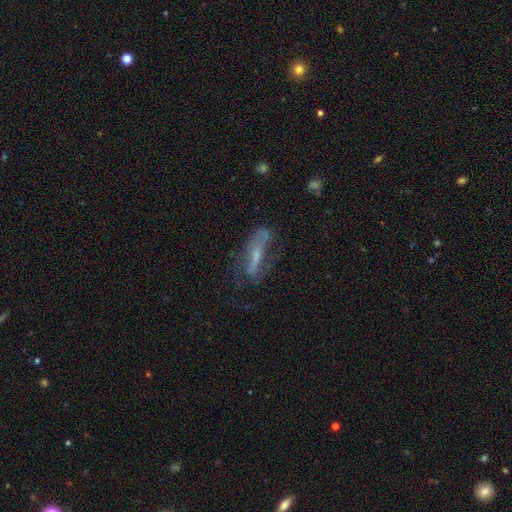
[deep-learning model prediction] Q: Smooth or featured?
A: featured or disk (61%); runner-up: smooth (28%)
Q: Edge-on disk?
A: no (66%); runner-up: yes (34%)
Q: Merging?
A: none (50%); runner-up: minor disturbance (23%)